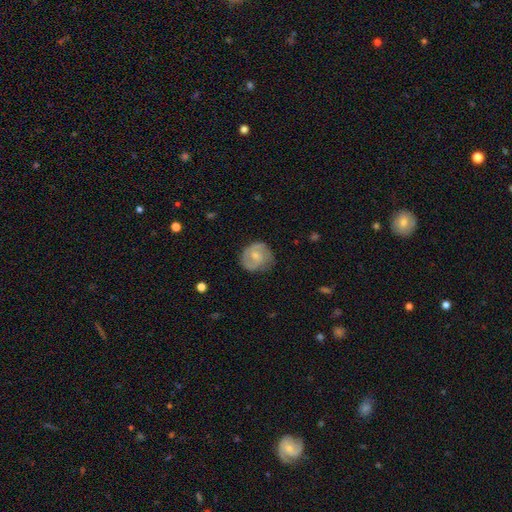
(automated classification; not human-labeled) smooth-or-featured: featured or disk: 56% | smooth: 38% | star or artifact: 6%
  disk-edge-on: no: 97% | yes: 3%
    bar: no: 50% | weak: 42% | strong: 8%
    has-spiral-arms: yes: 81% | no: 19%
    bulge-size: small: 47% | moderate: 43% | none: 7% | large: 3% | dominant: 1%
  merging: none: 66% | minor disturbance: 24% | major disturbance: 9% | merger: 1%